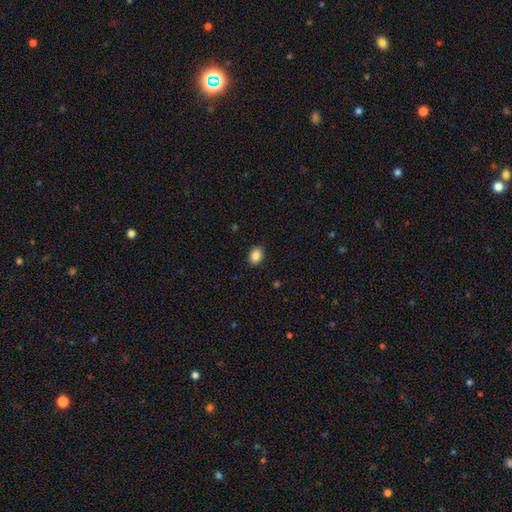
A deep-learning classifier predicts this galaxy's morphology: This is clearly a smooth galaxy (88%). How rounded: likely in between (73%). Merging: clearly none (89%).